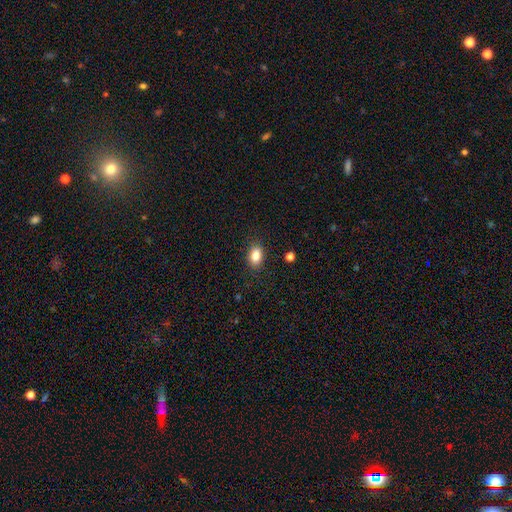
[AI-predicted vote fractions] Q: Smooth or featured?
A: smooth (84%); runner-up: star or artifact (9%)
Q: How rounded?
A: in between (80%); runner-up: round (18%)
Q: Merging?
A: none (87%); runner-up: minor disturbance (9%)